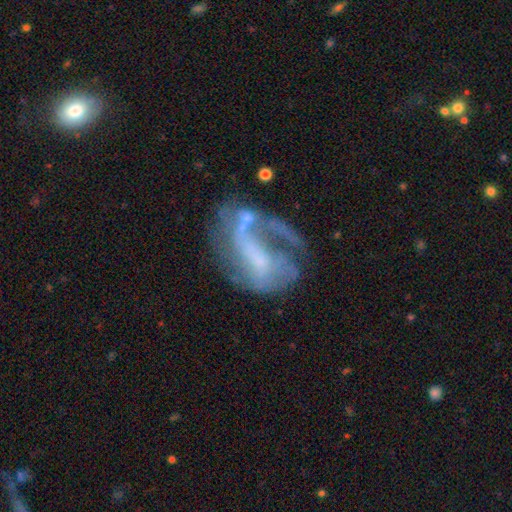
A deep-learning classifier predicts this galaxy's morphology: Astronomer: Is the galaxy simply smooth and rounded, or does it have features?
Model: featured or disk — 76%.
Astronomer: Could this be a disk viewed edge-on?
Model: no — 97%.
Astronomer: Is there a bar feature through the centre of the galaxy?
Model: no — 42% (runner-up: weak, 39%).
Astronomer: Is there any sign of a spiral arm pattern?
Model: yes — 74%.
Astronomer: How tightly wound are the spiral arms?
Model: loose — 46% (runner-up: medium, 36%).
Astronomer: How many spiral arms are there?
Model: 1 — 41% (runner-up: 2, 30%).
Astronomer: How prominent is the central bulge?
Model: small — 38% (runner-up: none, 36%).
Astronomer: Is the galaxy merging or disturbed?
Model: major disturbance — 38% (runner-up: none, 33%).